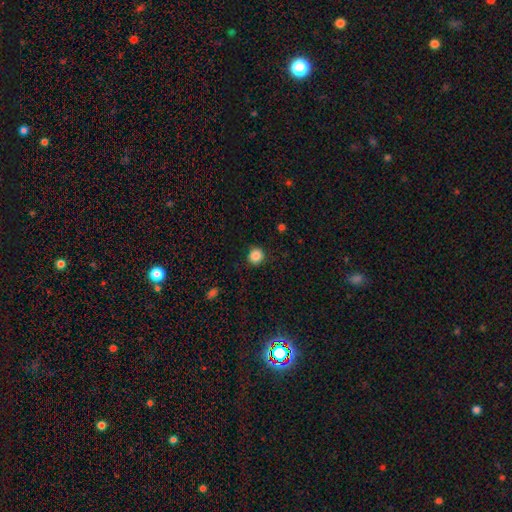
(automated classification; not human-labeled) Smooth or featured? Predicted: smooth (p=0.86). How rounded? Predicted: round (p=0.92). Merging? Predicted: none (p=0.89).